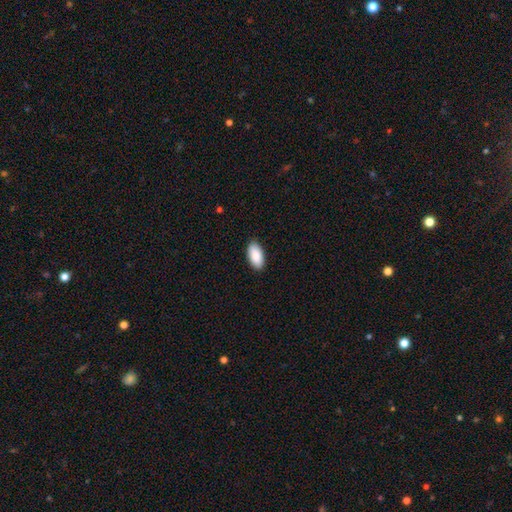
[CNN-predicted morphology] A smooth galaxy with no disk features (89%) that is in between round and cigar-shaped (93%). Merging: none (90%).